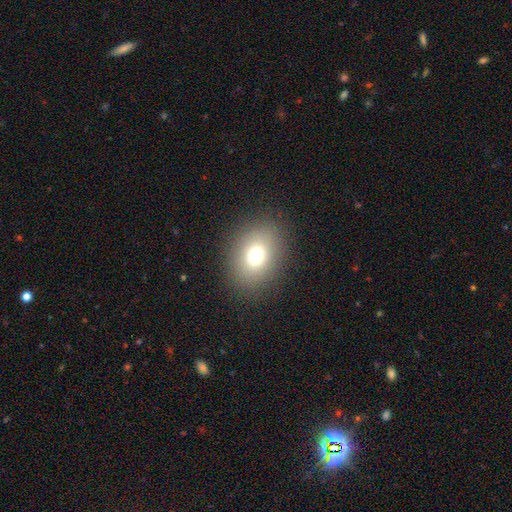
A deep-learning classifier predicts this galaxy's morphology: Q: Smooth or featured?
A: smooth (73%); runner-up: star or artifact (15%)
Q: How rounded?
A: in between (56%); runner-up: round (43%)
Q: Merging?
A: none (87%); runner-up: minor disturbance (8%)